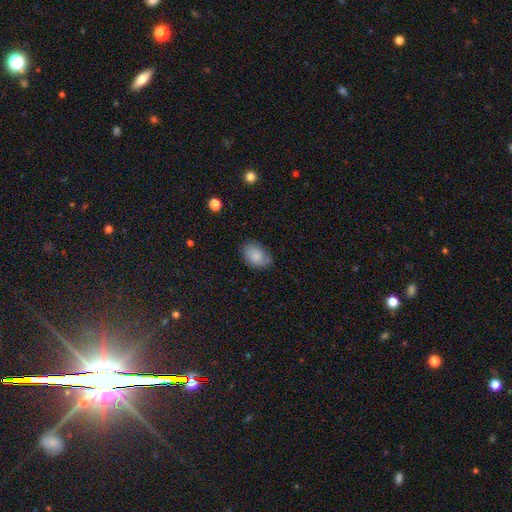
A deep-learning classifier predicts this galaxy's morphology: The model was most divided on "merging": none: 68%, minor disturbance: 25%, major disturbance: 5%, merger: 2%. More confident: how rounded — in between (85%); smooth or featured — smooth (82%).